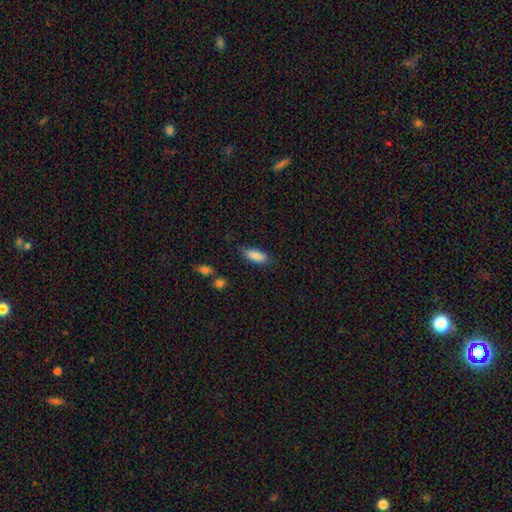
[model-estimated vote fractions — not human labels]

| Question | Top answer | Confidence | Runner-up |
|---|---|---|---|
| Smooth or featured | smooth | 88% | star or artifact (7%) |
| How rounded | in between | 75% | cigar-shaped (23%) |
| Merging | none | 79% | minor disturbance (16%) |